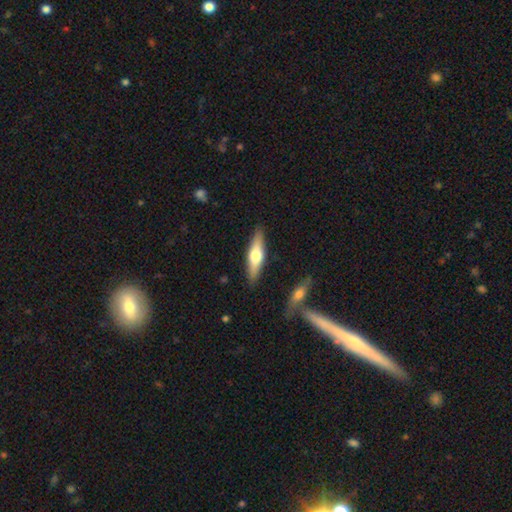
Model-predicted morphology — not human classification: type=smooth (49%); merging=none (88%).